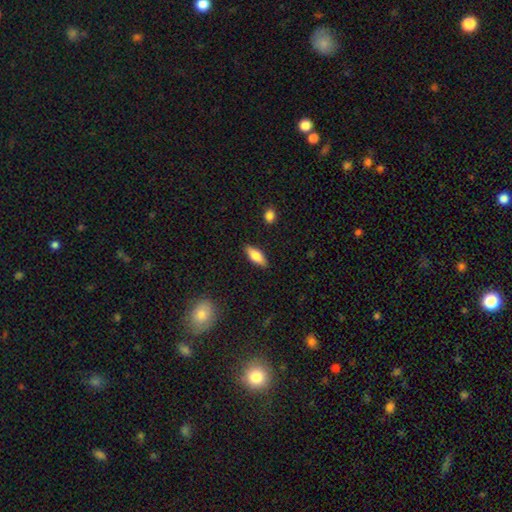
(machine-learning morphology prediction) A smooth galaxy with no disk features (71%) that is in between round and cigar-shaped (72%). Merging: none (88%).